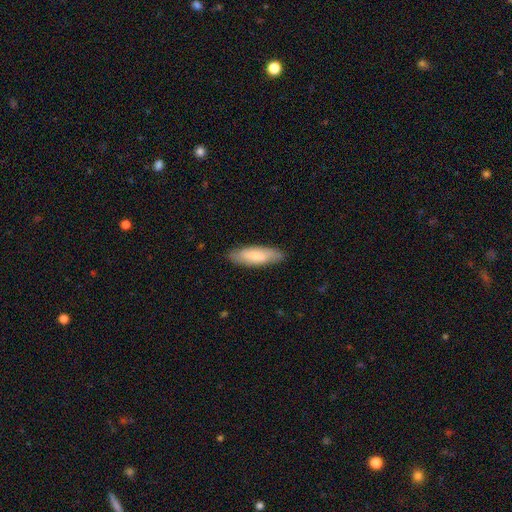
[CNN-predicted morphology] Overall: smooth (75%). How rounded: in between (53%; cigar-shaped 45%). Merging: none (85%).